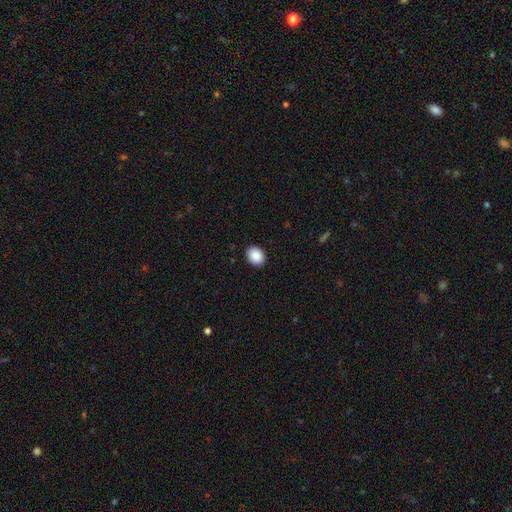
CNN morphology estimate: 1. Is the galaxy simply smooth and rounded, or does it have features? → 90% smooth, 8% star or artifact, 3% featured or disk.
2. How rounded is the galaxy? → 56% in between, 43% round, 1% cigar-shaped.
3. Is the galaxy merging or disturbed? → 90% none, 7% minor disturbance, 2% major disturbance, 1% merger.